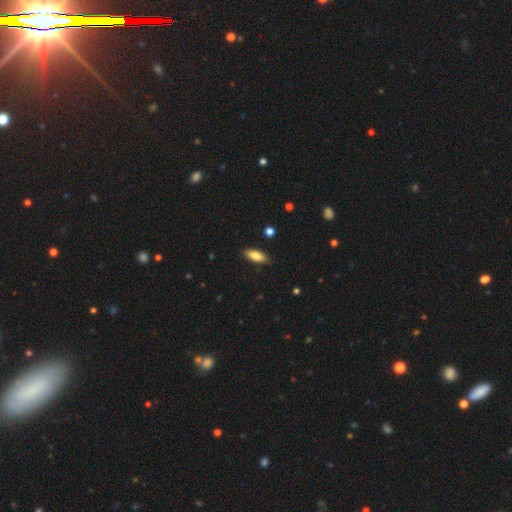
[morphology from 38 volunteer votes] A smooth galaxy with no disk features (71%) that is in between round and cigar-shaped (63%). Merging: none (97%).